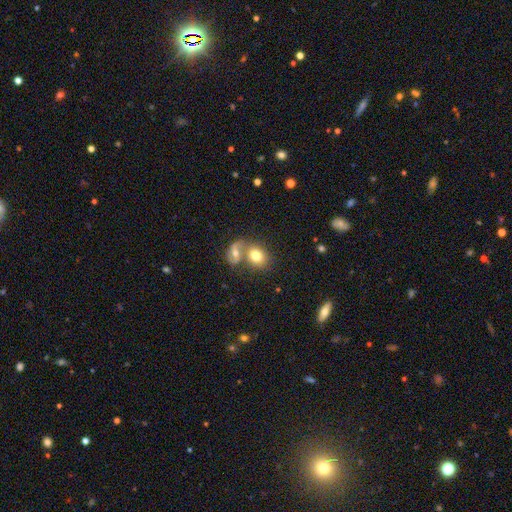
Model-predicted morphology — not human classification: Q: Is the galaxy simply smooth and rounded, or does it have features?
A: smooth — 73%.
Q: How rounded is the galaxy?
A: round — 51%.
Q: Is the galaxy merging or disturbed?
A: merger — 48%.